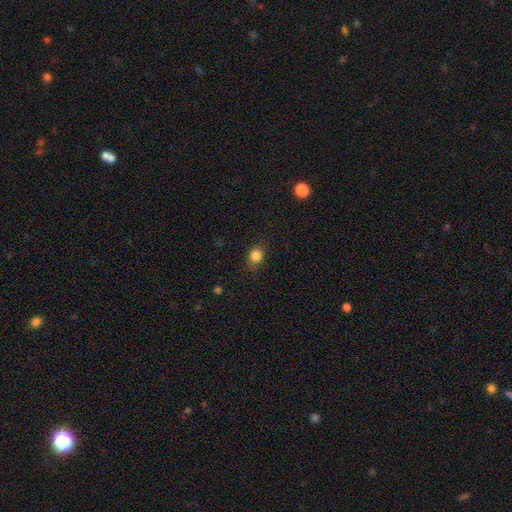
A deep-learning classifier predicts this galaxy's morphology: smooth-or-featured: smooth: 84% | star or artifact: 11% | featured or disk: 5%
  how-rounded: round: 65% | in between: 34% | cigar-shaped: 1%
  merging: none: 80% | minor disturbance: 15% | major disturbance: 4% | merger: 1%